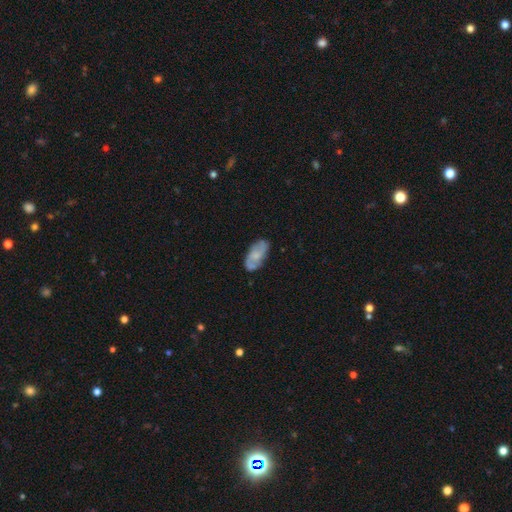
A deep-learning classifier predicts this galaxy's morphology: featured or disk 51%, smooth 42%, star or artifact 7%. Down the decision tree: edge-on disk — no (94%); merging — none (73%).